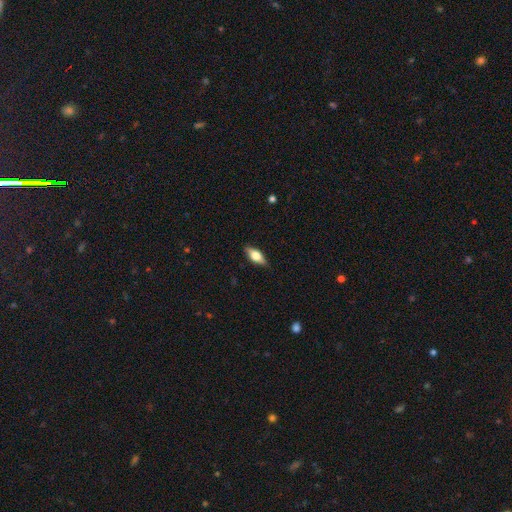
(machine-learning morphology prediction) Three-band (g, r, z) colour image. It shows a smooth galaxy with no disk features (56%) that is in between round and cigar-shaped (72%). Merging: none (86%).